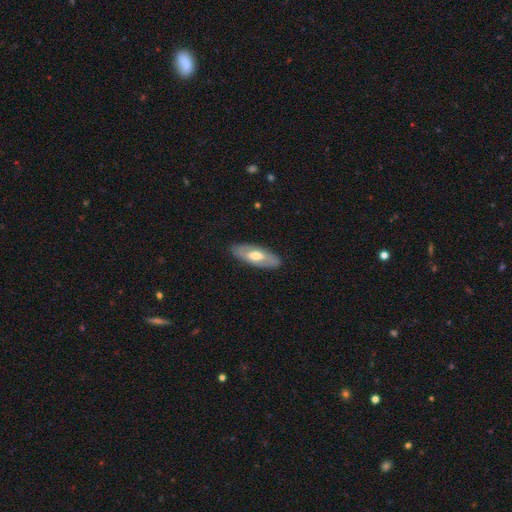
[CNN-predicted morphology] featured or disk 50%, smooth 45%, star or artifact 5%. Down the decision tree: edge-on disk — no (75%); merging — none (85%).